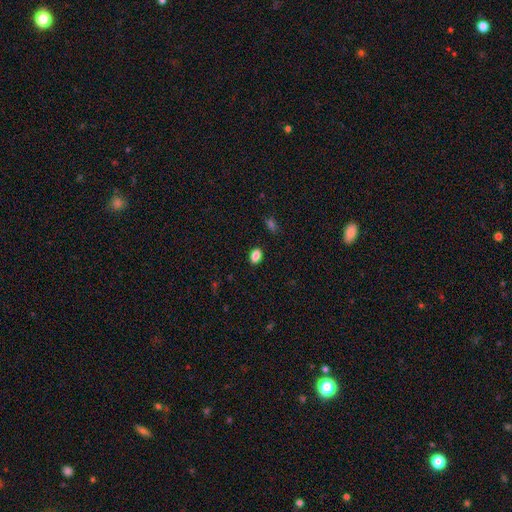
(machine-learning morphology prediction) Smooth or featured: smooth — 87% (star or artifact — 9%)
How rounded: in between — 83% (round — 15%)
Merging: none — 89% (minor disturbance — 8%)